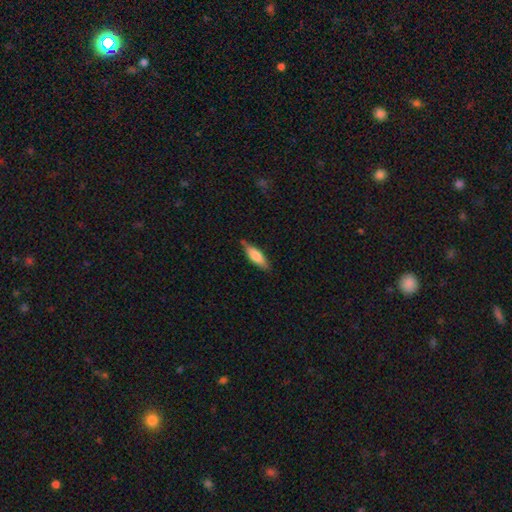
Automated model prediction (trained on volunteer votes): Smooth or featured?
  - smooth: 71% *
  - featured or disk: 23%
  - star or artifact: 6%
How rounded?
  - cigar-shaped: 53% *
  - in between: 45%
  - round: 2%
Merging?
  - none: 77% *
  - minor disturbance: 18%
  - major disturbance: 3%
  - merger: 2%